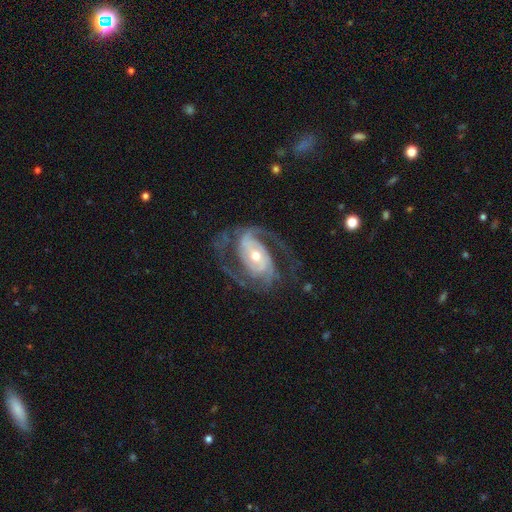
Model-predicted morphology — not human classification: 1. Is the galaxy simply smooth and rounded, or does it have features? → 92% featured or disk, 4% smooth, 4% star or artifact.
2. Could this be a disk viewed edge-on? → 97% no, 3% yes.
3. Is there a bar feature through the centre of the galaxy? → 40% no, 34% weak, 25% strong.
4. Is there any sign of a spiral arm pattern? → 97% yes, 3% no.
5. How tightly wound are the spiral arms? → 52% medium, 32% tight, 16% loose.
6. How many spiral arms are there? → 64% 2, 18% 3, 7% can't tell, 4% 4, 4% 1, 3% more than 4.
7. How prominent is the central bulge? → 54% moderate, 39% small, 4% large, 1% none, 1% dominant.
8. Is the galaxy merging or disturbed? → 69% none, 15% minor disturbance, 15% major disturbance, 1% merger.